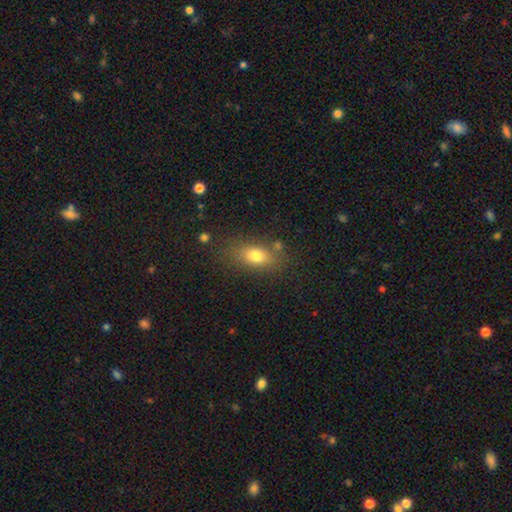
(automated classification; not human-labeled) A smooth galaxy with no disk features (77%) that is in between round and cigar-shaped (78%).

Vote fractions:
- Smooth or featured? smooth: 77% / featured or disk: 12% / star or artifact: 11%
- How rounded? in between: 78% / round: 16% / cigar-shaped: 6%
- Merging? none: 74% / minor disturbance: 15% / major disturbance: 6% / merger: 5%